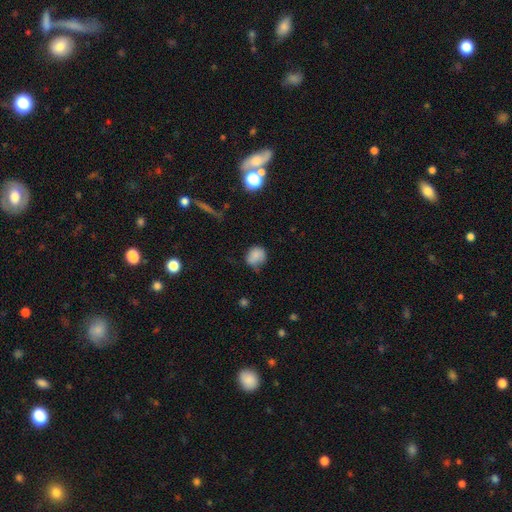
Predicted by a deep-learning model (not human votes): This appears to be a smooth galaxy with no disk features (81%) that is round (68%). Merging: none (53%).